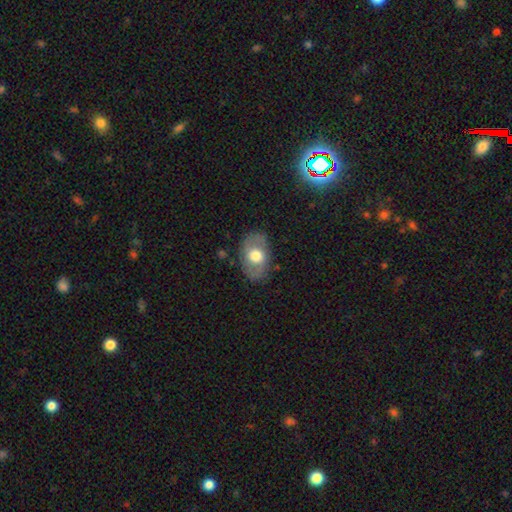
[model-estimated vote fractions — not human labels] Smooth or featured?
  - smooth: 56% *
  - featured or disk: 38%
  - star or artifact: 6%
How rounded?
  - in between: 83% *
  - round: 15%
  - cigar-shaped: 1%
Merging?
  - none: 79% *
  - minor disturbance: 15%
  - major disturbance: 5%
  - merger: 1%